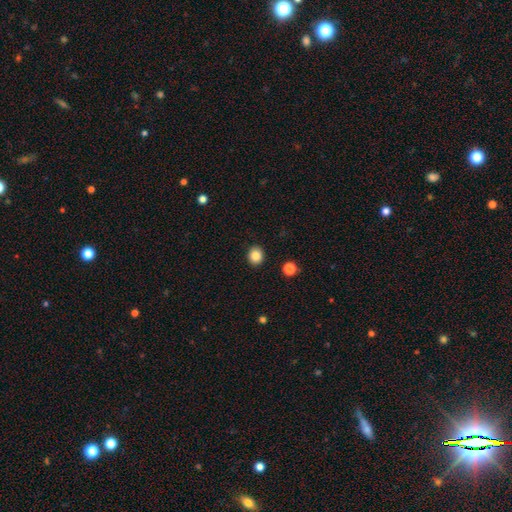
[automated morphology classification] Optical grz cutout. It shows a smooth galaxy with no disk features (86%) that is round (75%). Merging: none (91%).